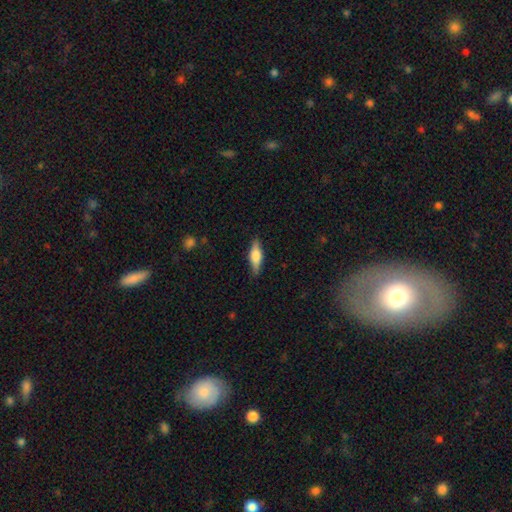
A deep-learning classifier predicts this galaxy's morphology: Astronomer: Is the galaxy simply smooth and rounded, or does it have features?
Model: smooth — 51% (runner-up: featured or disk, 43%).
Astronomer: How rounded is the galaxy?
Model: in between — 49% (runner-up: cigar-shaped, 48%).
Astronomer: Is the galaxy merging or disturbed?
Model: none — 86%.